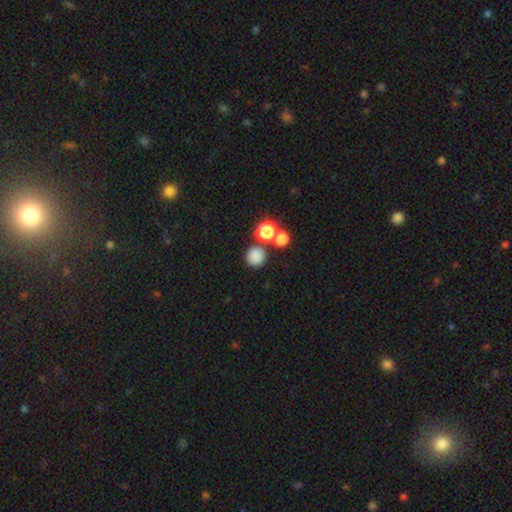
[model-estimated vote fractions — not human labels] smooth-or-featured: smooth: 81% | star or artifact: 14% | featured or disk: 5%
  how-rounded: round: 92% | in between: 7% | cigar-shaped: 1%
  merging: none: 71% | merger: 18% | minor disturbance: 8% | major disturbance: 3%